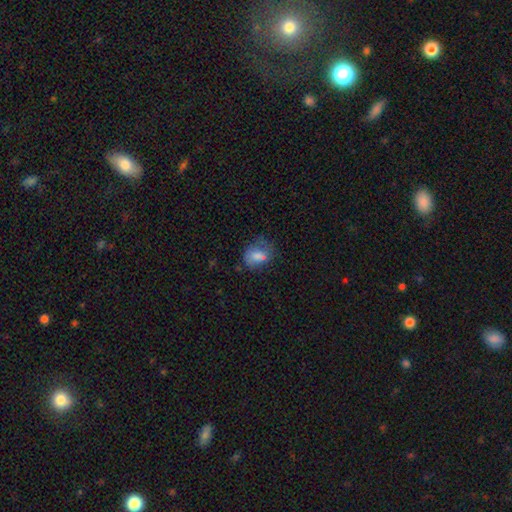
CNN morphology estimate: The model was most divided on "merging": none: 40%, minor disturbance: 28%, major disturbance: 18%, merger: 14%. More confident: smooth or featured — smooth (71%); how rounded — in between (59%).